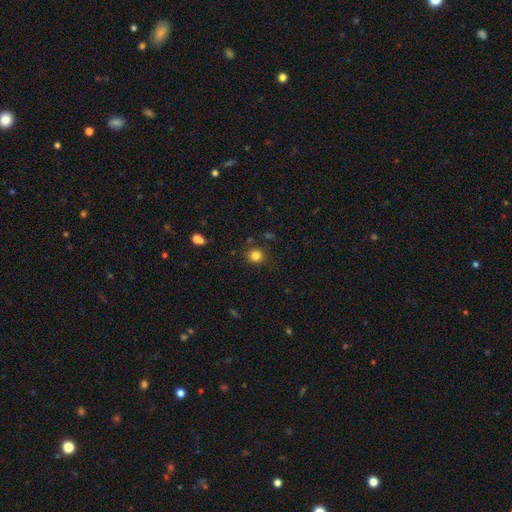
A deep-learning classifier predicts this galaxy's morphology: Q: Smooth or featured?
A: smooth (82%); runner-up: star or artifact (12%)
Q: How rounded?
A: round (84%); runner-up: in between (15%)
Q: Merging?
A: none (83%); runner-up: minor disturbance (11%)